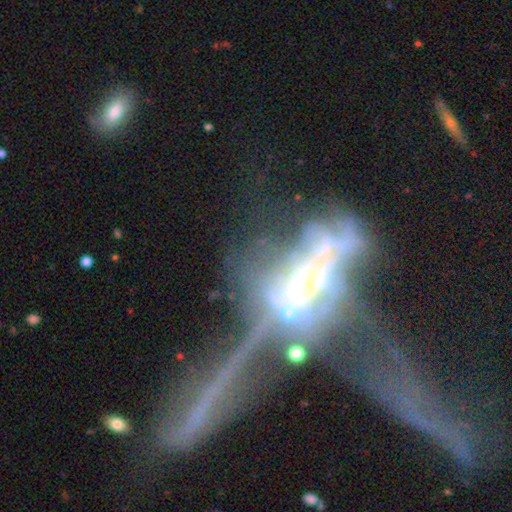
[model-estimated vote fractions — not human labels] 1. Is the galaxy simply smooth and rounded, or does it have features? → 63% featured or disk, 21% star or artifact, 16% smooth.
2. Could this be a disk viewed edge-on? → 70% no, 30% yes.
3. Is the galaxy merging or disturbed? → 41% major disturbance, 38% merger, 13% none, 8% minor disturbance.